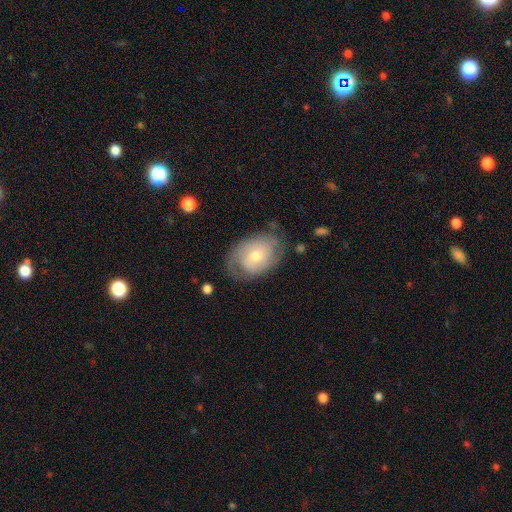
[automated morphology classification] A featured or disk galaxy (60%) with no bar (71%), spiral arms (81%) and a moderate central bulge (55%).

Vote fractions:
- Smooth or featured? featured or disk: 60% / smooth: 33% / star or artifact: 7%
- Edge-on disk? no: 95% / yes: 5%
- Bar? no: 71% / weak: 24% / strong: 4%
- Spiral arms? yes: 81% / no: 19%
- Bulge size? moderate: 55% / small: 40% / large: 3% / none: 1% / dominant: 1%
- Merging? none: 68% / minor disturbance: 22% / major disturbance: 8% / merger: 2%